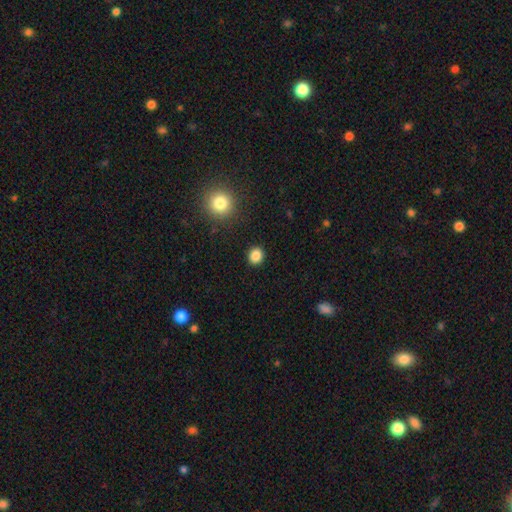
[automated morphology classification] Smooth or featured: smooth — 86% (star or artifact — 11%)
How rounded: round — 79% (in between — 20%)
Merging: none — 91% (minor disturbance — 6%)